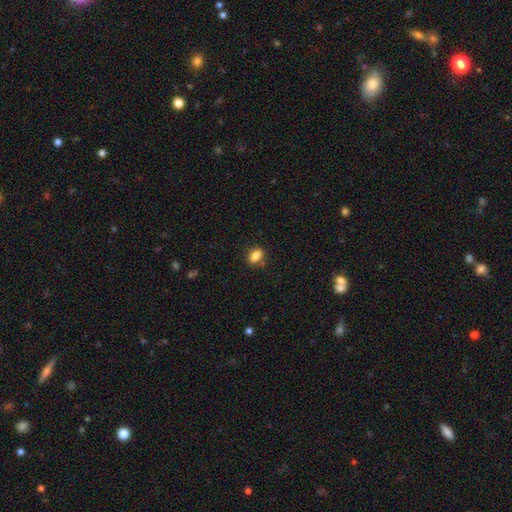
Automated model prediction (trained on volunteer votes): Smooth or featured: smooth — 83% (star or artifact — 9%)
How rounded: in between — 80% (round — 16%)
Merging: none — 82% (minor disturbance — 12%)